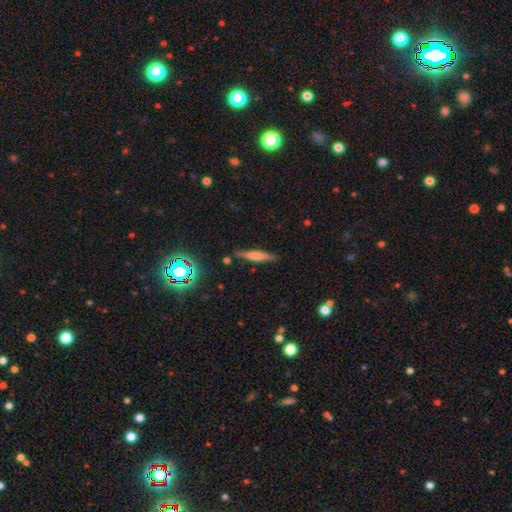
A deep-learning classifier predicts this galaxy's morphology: smooth 55%, featured or disk 35%, star or artifact 10%. Down the decision tree: how rounded — cigar-shaped (86%); merging — none (81%).